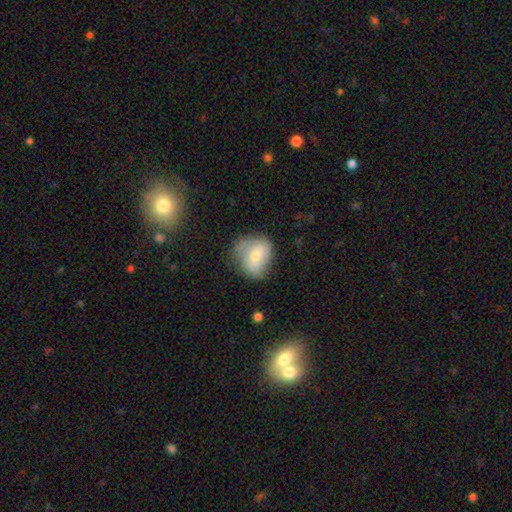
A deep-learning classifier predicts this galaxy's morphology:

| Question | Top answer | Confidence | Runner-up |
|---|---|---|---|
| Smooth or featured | smooth | 53% | featured or disk (38%) |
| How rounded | round | 51% | in between (48%) |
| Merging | none | 53% | minor disturbance (33%) |